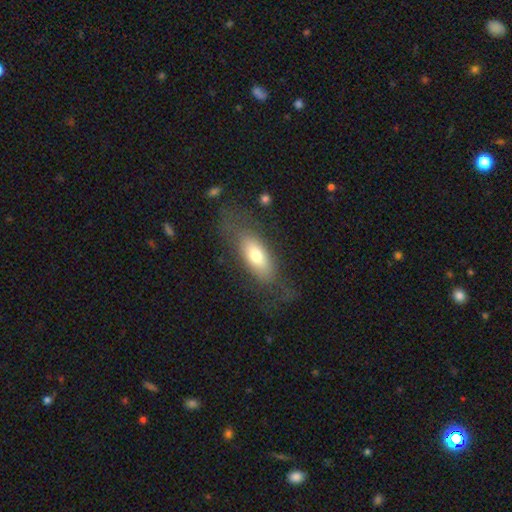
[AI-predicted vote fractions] Smooth or featured?
  - smooth: 65% *
  - featured or disk: 28%
  - star or artifact: 7%
How rounded?
  - in between: 76% *
  - cigar-shaped: 21%
  - round: 3%
Merging?
  - none: 61% *
  - minor disturbance: 20%
  - major disturbance: 16%
  - merger: 2%